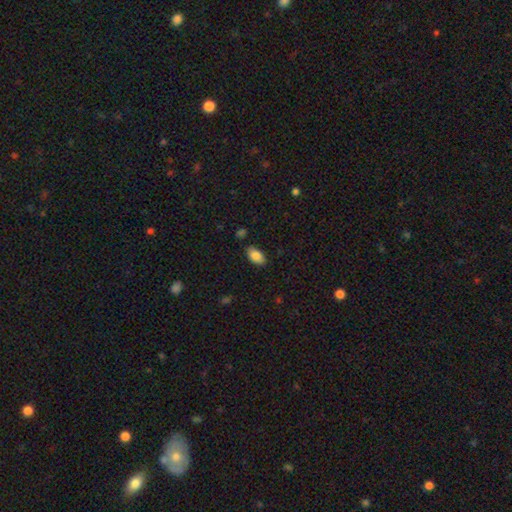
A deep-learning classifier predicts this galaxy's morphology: Q: Smooth or featured?
A: smooth (84%); runner-up: featured or disk (9%)
Q: How rounded?
A: in between (94%); runner-up: round (4%)
Q: Merging?
A: none (85%); runner-up: minor disturbance (11%)